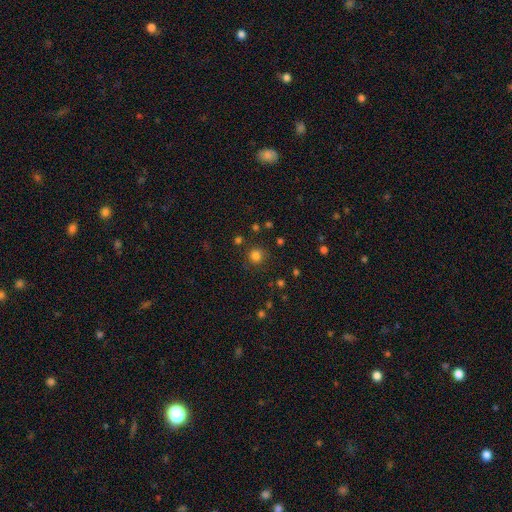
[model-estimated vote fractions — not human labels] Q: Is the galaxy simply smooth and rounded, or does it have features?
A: smooth — 80%.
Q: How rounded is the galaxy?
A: round — 93%.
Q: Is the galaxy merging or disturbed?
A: none — 87%.